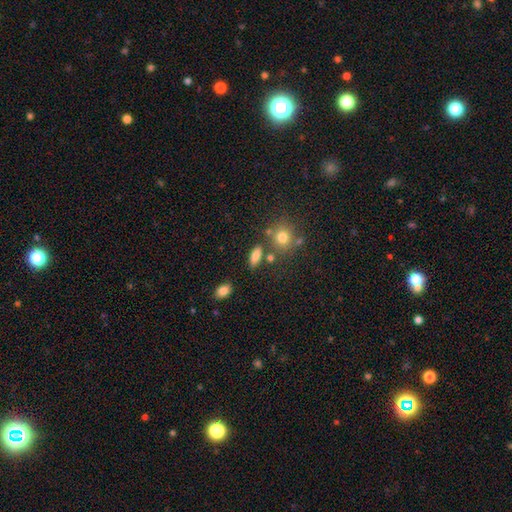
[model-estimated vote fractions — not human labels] smooth-or-featured: smooth: 79% | featured or disk: 11% | star or artifact: 10%
  how-rounded: in between: 71% | cigar-shaped: 21% | round: 8%
  merging: none: 74% | minor disturbance: 12% | merger: 9% | major disturbance: 4%